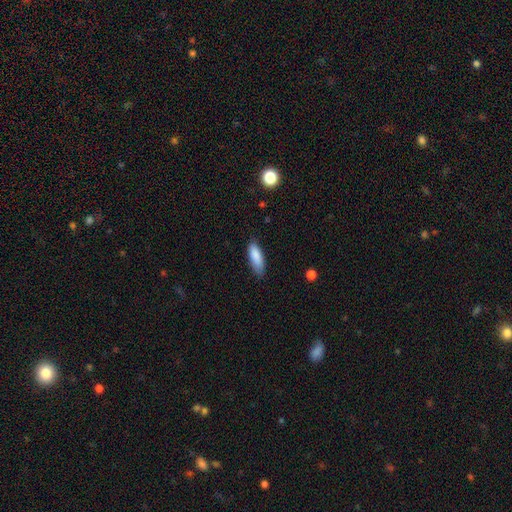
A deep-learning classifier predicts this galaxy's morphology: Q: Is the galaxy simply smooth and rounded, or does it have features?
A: smooth — 87%.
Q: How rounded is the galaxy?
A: in between — 64%.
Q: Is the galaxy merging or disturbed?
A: none — 76%.